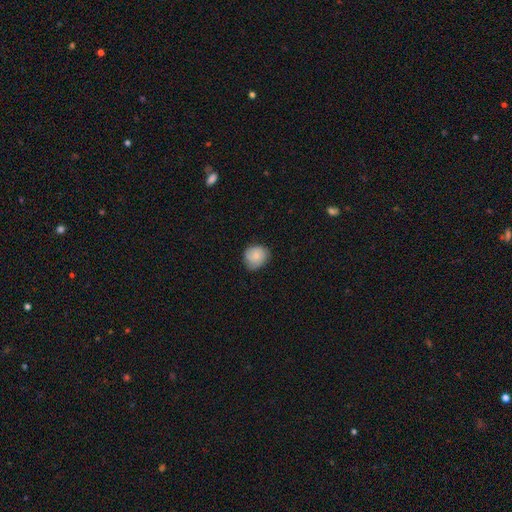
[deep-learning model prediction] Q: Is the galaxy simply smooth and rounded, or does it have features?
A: smooth — 77%.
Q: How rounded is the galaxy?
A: round — 78%.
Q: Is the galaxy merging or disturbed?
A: none — 73%.